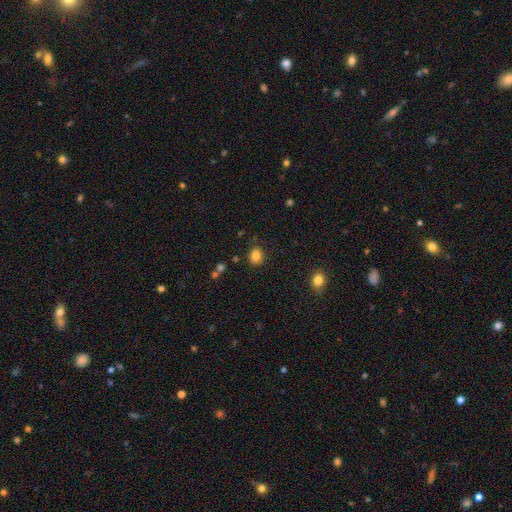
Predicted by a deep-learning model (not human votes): Smooth or featured? smooth (84%)
How rounded? round (57%)
Merging? none (84%)